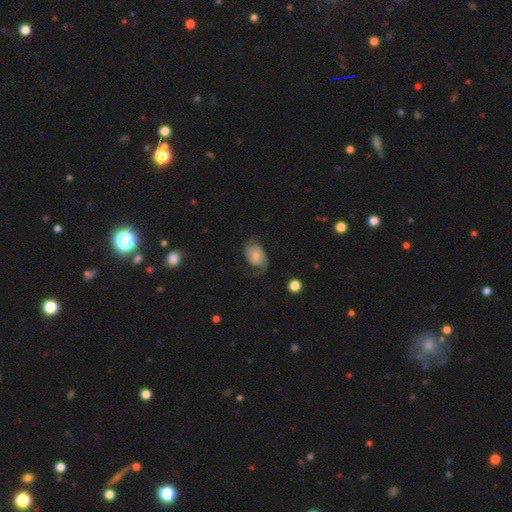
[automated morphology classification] Overall: featured or disk (67%). Edge-on disk: no (97%). Bar: no (71%). Spiral arms: yes (92%). Spiral arm count: 2 (86%). Spiral winding: loose (46%; medium 37%). Bulge size: small (51%; moderate 27%). Merging: none (61%).